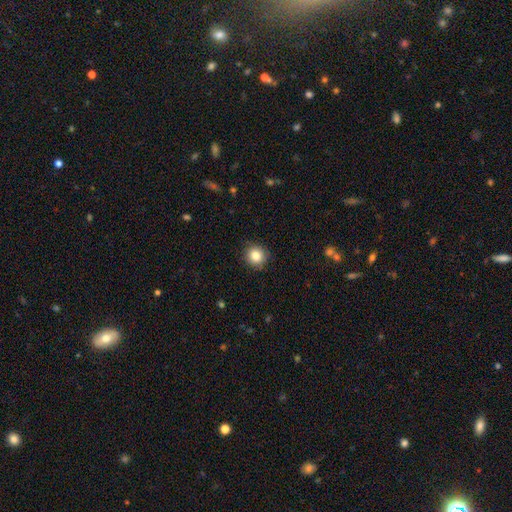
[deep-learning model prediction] smooth-or-featured: smooth: 84% | star or artifact: 10% | featured or disk: 6%
  how-rounded: round: 91% | in between: 8% | cigar-shaped: 1%
  merging: none: 89% | minor disturbance: 8% | major disturbance: 2% | merger: 1%